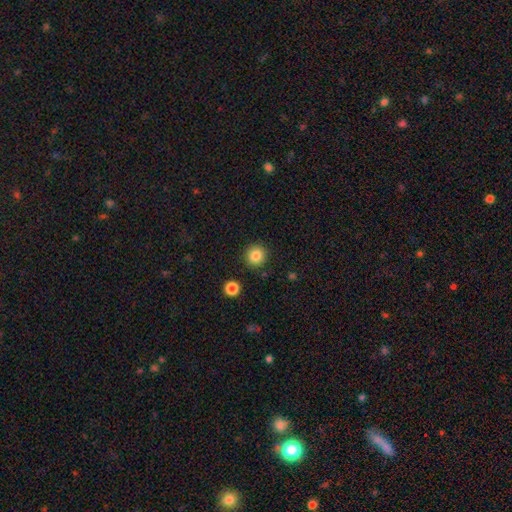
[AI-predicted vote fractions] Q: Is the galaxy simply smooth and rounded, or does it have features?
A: smooth — 84%.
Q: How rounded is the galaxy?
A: round — 94%.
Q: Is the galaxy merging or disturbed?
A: none — 90%.